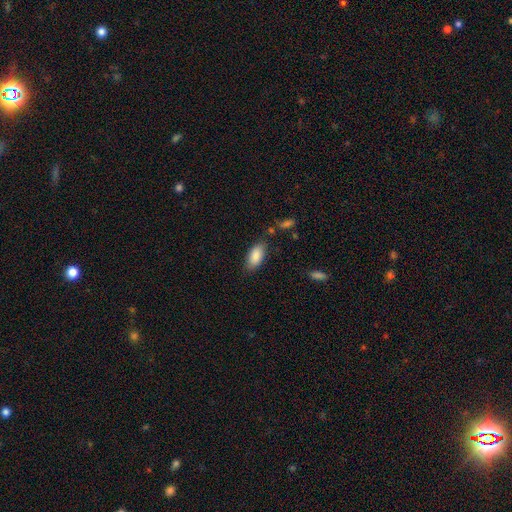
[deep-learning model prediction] Smooth or featured?
  - smooth: 88% *
  - star or artifact: 6%
  - featured or disk: 6%
How rounded?
  - in between: 90% *
  - cigar-shaped: 8%
  - round: 2%
Merging?
  - none: 78% *
  - minor disturbance: 15%
  - major disturbance: 4%
  - merger: 3%